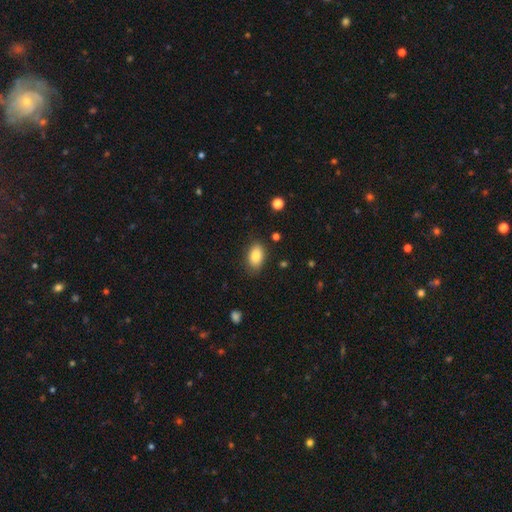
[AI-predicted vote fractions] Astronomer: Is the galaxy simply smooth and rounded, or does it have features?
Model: smooth — 84%.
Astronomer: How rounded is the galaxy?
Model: in between — 90%.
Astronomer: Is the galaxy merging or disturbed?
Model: none — 82%.